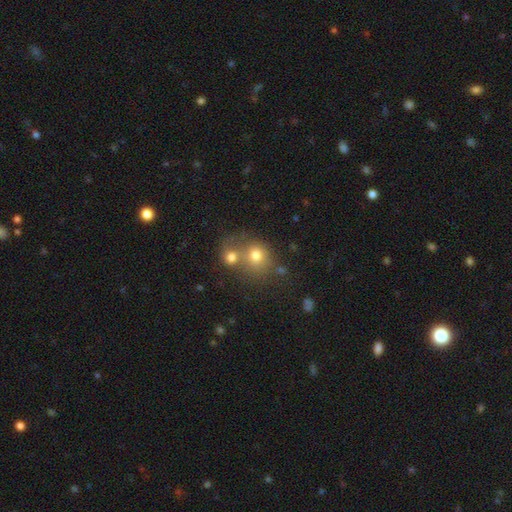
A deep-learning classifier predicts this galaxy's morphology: Smooth or featured? smooth (73%)
How rounded? round (79%)
Merging? merger (47%)